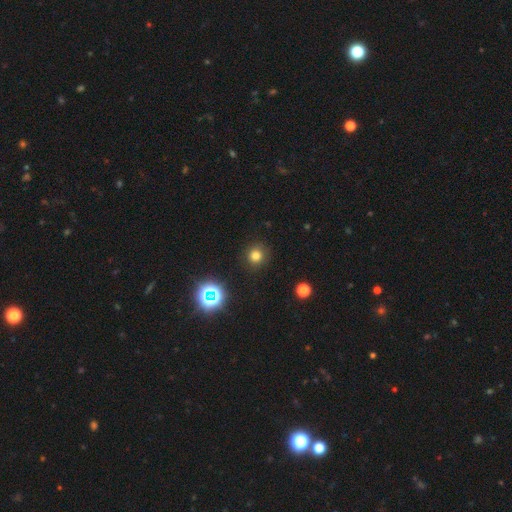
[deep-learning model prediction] smooth 75%, star or artifact 19%, featured or disk 5%. Down the decision tree: how rounded — round (92%); merging — none (91%).